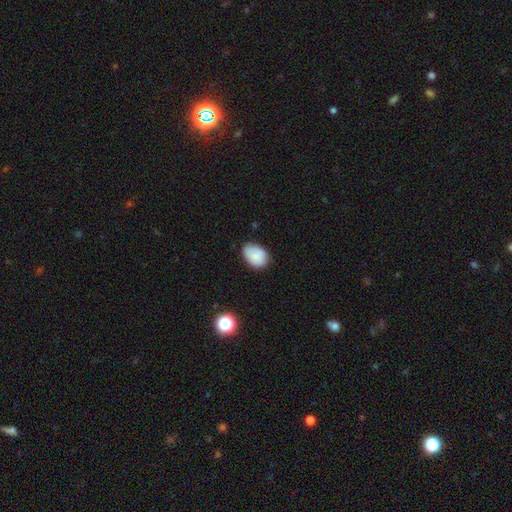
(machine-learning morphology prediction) smooth_or_featured: smooth (p=0.83) [alt: featured or disk p=0.09]
how_rounded: in between (p=0.80) [alt: round p=0.19]
merging: none (p=0.68) [alt: minor disturbance p=0.26]